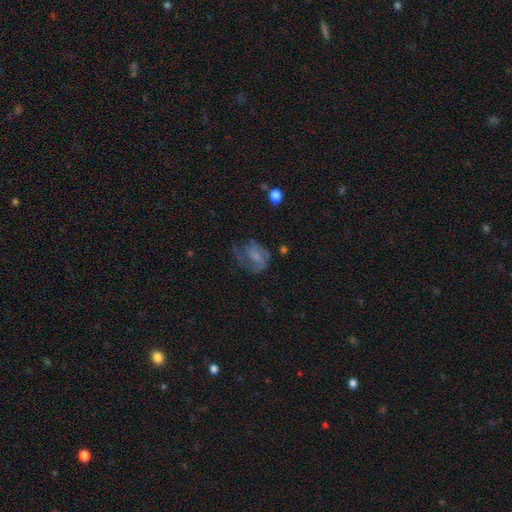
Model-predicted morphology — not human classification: type=featured or disk (50%); edge-on=no (97%); merging=none (37%).